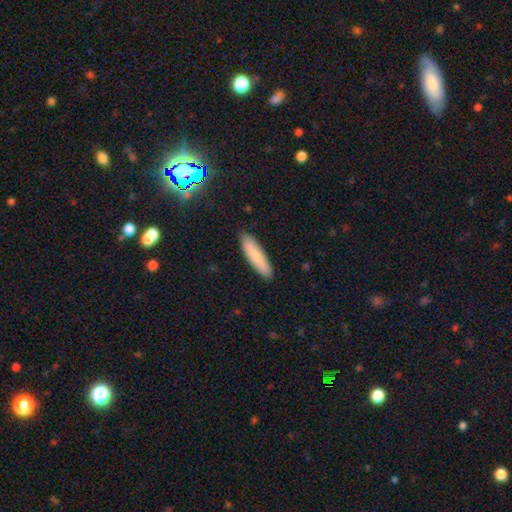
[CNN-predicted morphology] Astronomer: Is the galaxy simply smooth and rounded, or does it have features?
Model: smooth — 79%.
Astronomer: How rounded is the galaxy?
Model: cigar-shaped — 75%.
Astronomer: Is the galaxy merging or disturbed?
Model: none — 89%.